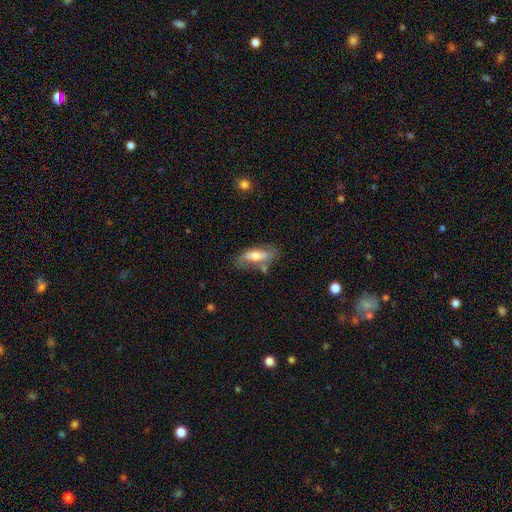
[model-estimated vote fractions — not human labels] Smooth or featured? Predicted: smooth (p=0.52). How rounded? Predicted: in between (p=0.71). Merging? Predicted: none (p=0.60).